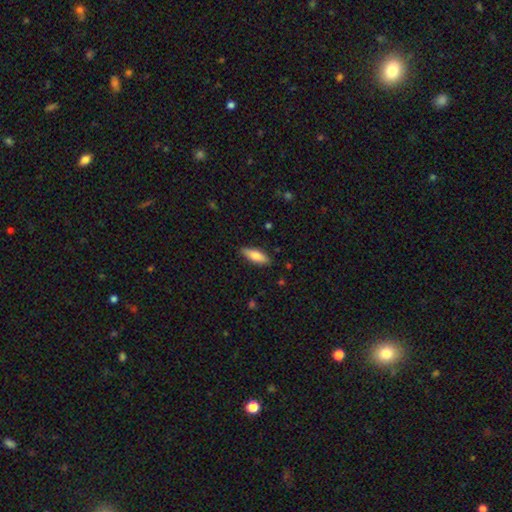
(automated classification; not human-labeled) Morphology: type=smooth (76%); roundness=in between (63%); merging=none (86%).